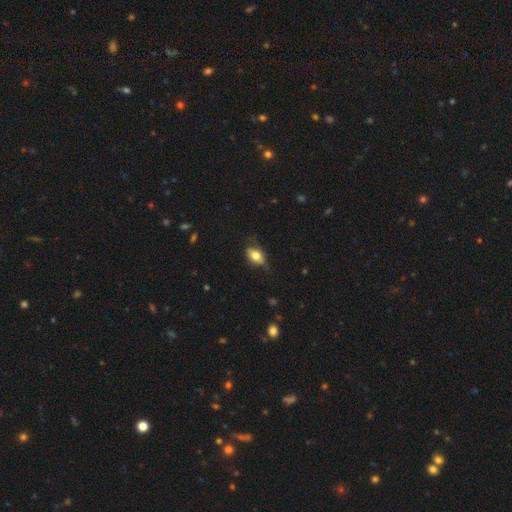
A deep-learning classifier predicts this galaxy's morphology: smooth_or_featured: smooth (p=0.69) [alt: featured or disk p=0.23]
how_rounded: in between (p=0.82) [alt: round p=0.14]
merging: none (p=0.58) [alt: minor disturbance p=0.31]